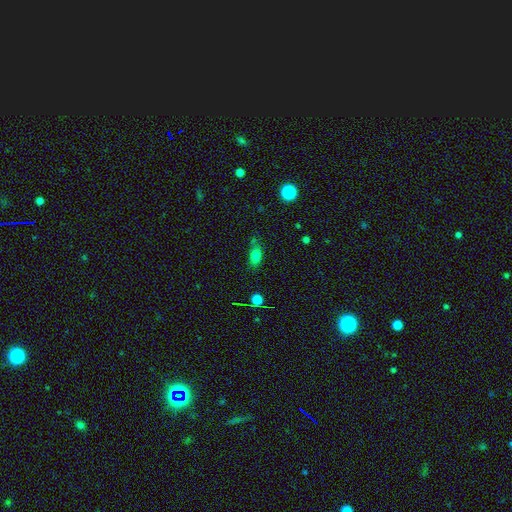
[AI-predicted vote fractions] Smooth or featured? Predicted: smooth (p=0.78). How rounded? Predicted: in between (p=0.80). Merging? Predicted: none (p=0.62).